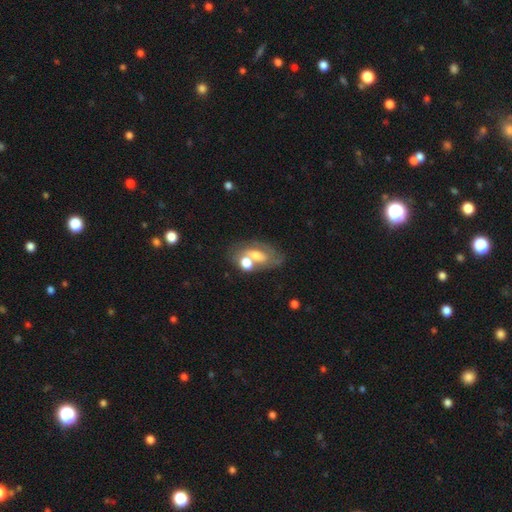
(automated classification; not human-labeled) A smooth galaxy with no disk features (51%) that is in between round and cigar-shaped (79%).

Vote fractions:
- Smooth or featured? smooth: 51% / featured or disk: 38% / star or artifact: 11%
- How rounded? in between: 79% / round: 17% / cigar-shaped: 4%
- Merging? merger: 45% / none: 30% / minor disturbance: 14% / major disturbance: 12%